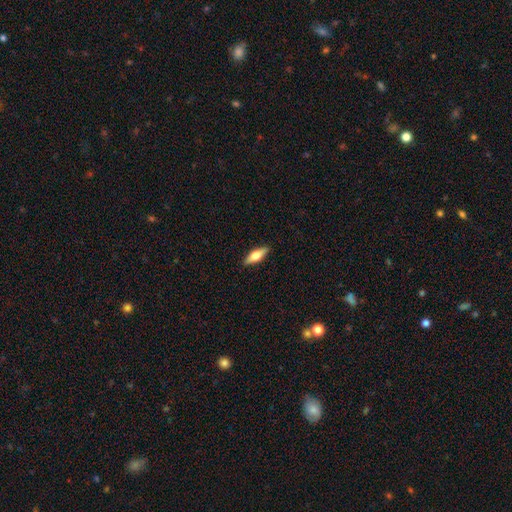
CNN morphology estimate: smooth_or_featured: smooth (p=0.55) [alt: featured or disk p=0.39]
how_rounded: in between (p=0.56) [alt: cigar-shaped p=0.42]
merging: none (p=0.89) [alt: minor disturbance p=0.08]